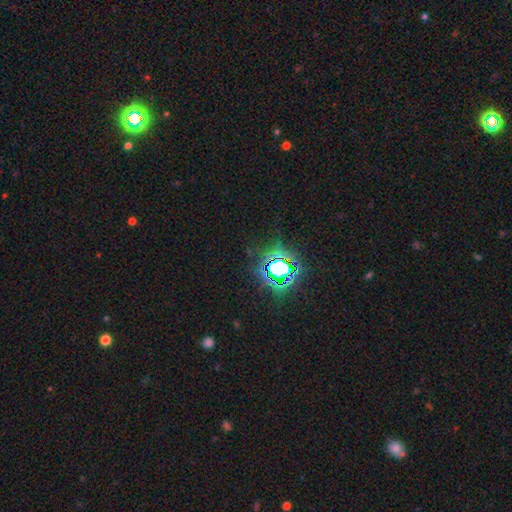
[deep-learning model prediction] A star or artifact, not a galaxy (81%).